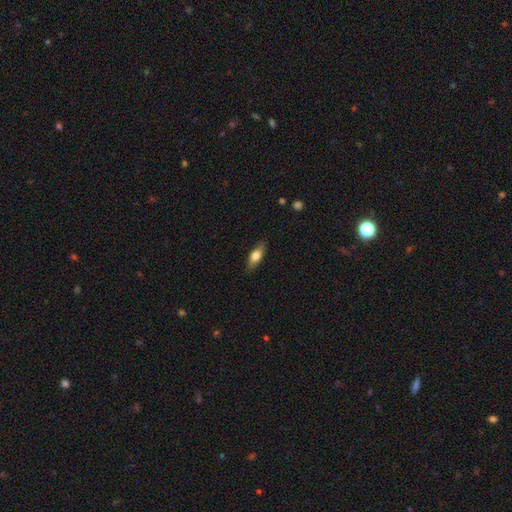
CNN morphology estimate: A smooth galaxy with no disk features (66%) that is in between round and cigar-shaped (65%).

Vote fractions:
- Smooth or featured? smooth: 66% / featured or disk: 28% / star or artifact: 6%
- How rounded? in between: 65% / cigar-shaped: 31% / round: 4%
- Merging? none: 85% / minor disturbance: 12% / major disturbance: 2% / merger: 1%